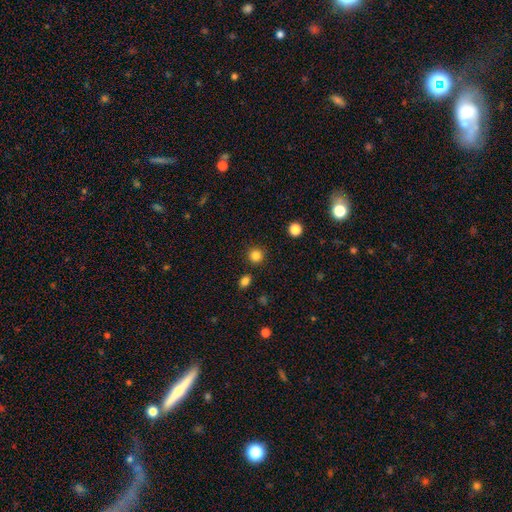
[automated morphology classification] A smooth galaxy with no disk features (84%) that is round (93%). Merging: none (90%).